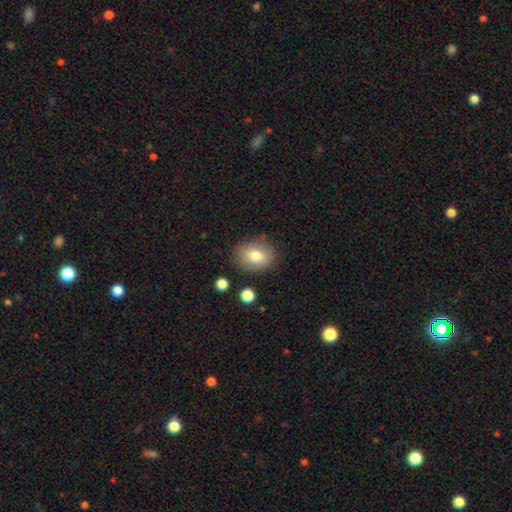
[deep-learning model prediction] A smooth galaxy with no disk features (77%) that is round (50%). Merging: none (81%).